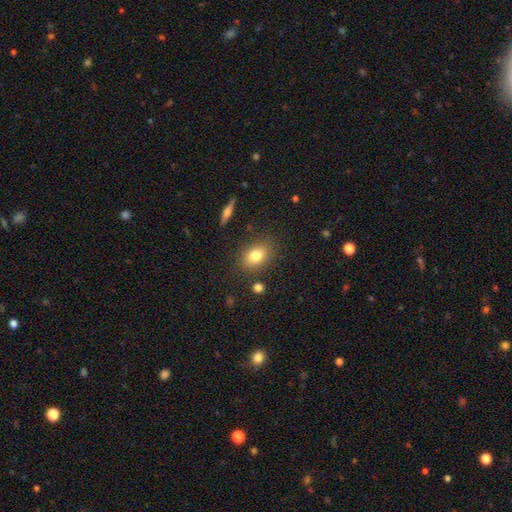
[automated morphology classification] This is likely a smooth galaxy (79%). How rounded: likely in between (72%). Merging: clearly none (83%).